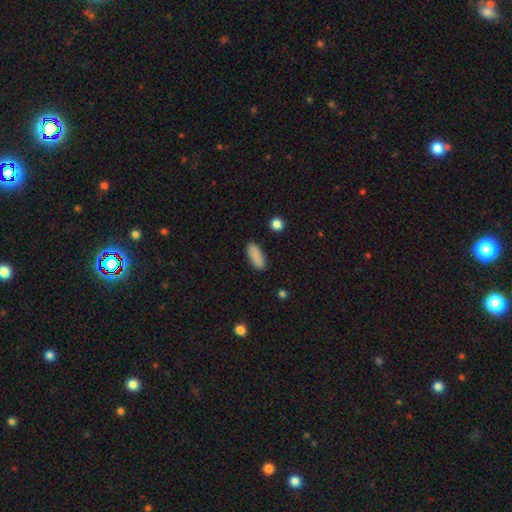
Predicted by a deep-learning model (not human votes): Smooth or featured? Predicted: smooth (p=0.88). How rounded? Predicted: in between (p=0.70). Merging? Predicted: none (p=0.86).